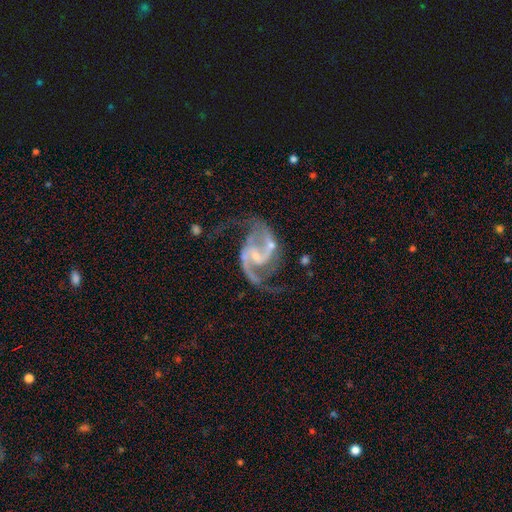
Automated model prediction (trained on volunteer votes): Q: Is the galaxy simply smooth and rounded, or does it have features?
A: featured or disk — 93%.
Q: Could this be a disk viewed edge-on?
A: no — 98%.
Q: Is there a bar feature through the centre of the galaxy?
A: weak — 48%.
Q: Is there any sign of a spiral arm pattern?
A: yes — 98%.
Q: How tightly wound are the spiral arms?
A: medium — 54%.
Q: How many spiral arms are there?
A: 2 — 93%.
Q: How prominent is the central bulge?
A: small — 67%.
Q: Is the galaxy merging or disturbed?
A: none — 57%.